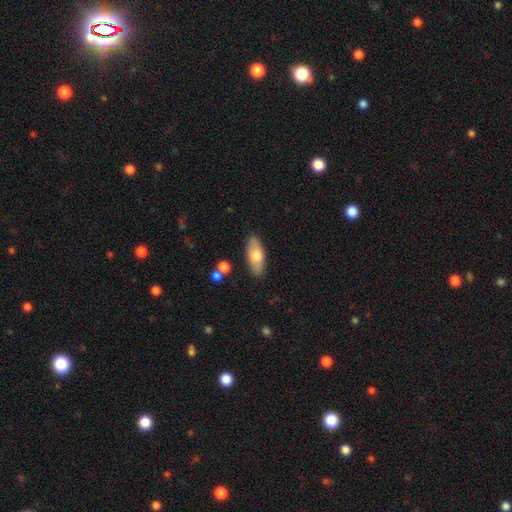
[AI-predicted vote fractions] smooth_or_featured: smooth (p=0.65) [alt: featured or disk p=0.29]
how_rounded: in between (p=0.80) [alt: cigar-shaped p=0.16]
merging: none (p=0.86) [alt: minor disturbance p=0.10]